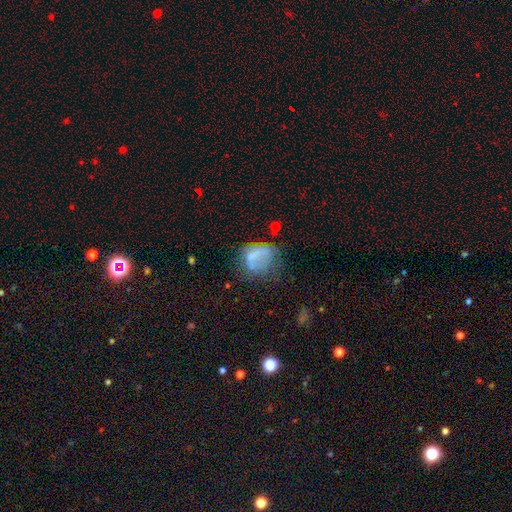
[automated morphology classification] This is possibly a smooth galaxy (54%). How rounded: possibly in between (56%). Merging: marginally major disturbance (38%).